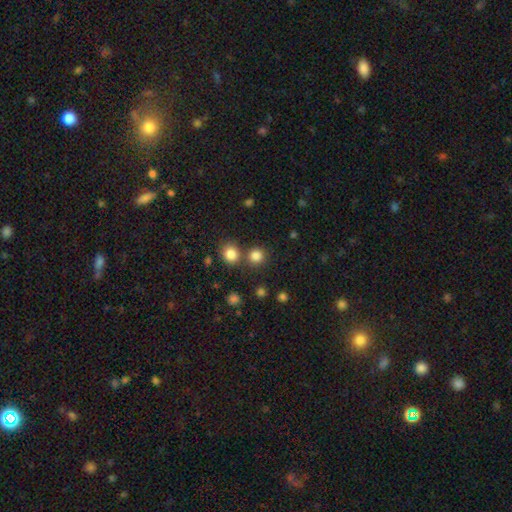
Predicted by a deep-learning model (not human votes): Morphology: type=smooth (82%); roundness=round (91%); merging=none (73%).